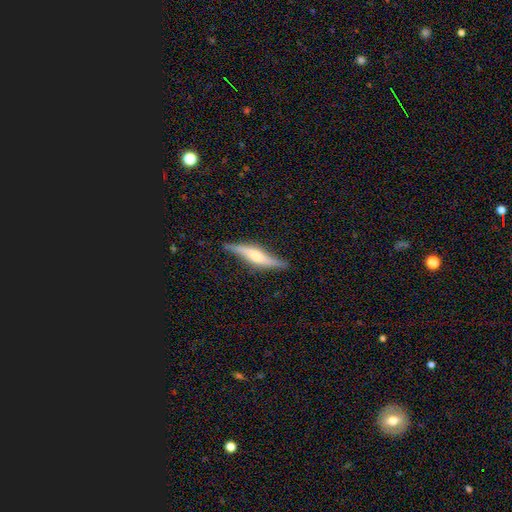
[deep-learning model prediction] Smooth or featured?
  - featured or disk: 70% *
  - smooth: 25%
  - star or artifact: 5%
Edge-on disk?
  - yes: 87% *
  - no: 13%
Edge-on bulge?
  - rounded: 82% *
  - boxy: 10%
  - none: 8%
Merging?
  - none: 78% *
  - minor disturbance: 17%
  - major disturbance: 3%
  - merger: 2%